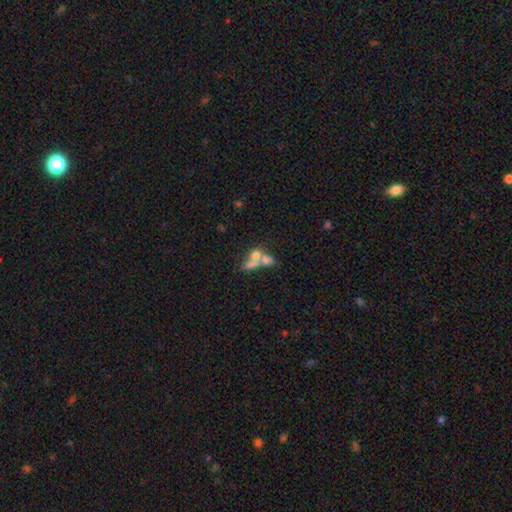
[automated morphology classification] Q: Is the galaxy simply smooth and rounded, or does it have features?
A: smooth — 58%.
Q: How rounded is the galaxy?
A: round — 48%.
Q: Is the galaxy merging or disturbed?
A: merger — 65%.